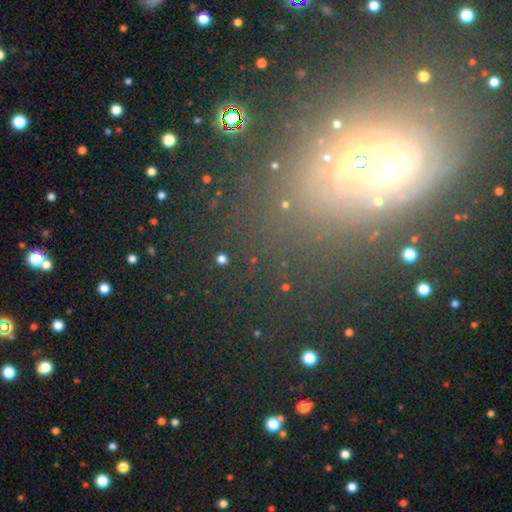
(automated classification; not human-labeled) smooth_or_featured: star or artifact (p=0.47) [alt: featured or disk p=0.27]